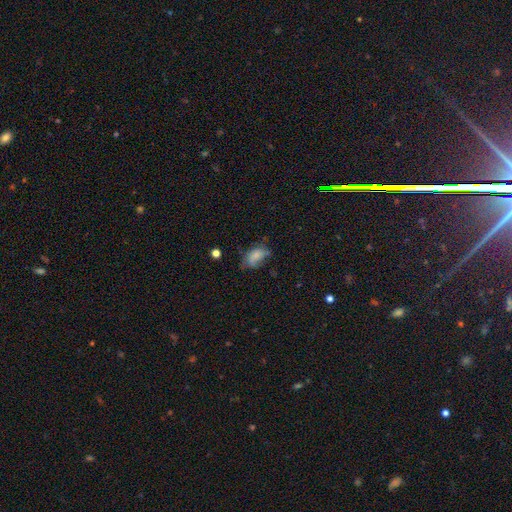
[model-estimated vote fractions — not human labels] smooth_or_featured: smooth (p=0.73) [alt: featured or disk p=0.16]
how_rounded: in between (p=0.89) [alt: round p=0.08]
merging: none (p=0.43) [alt: minor disturbance p=0.33]